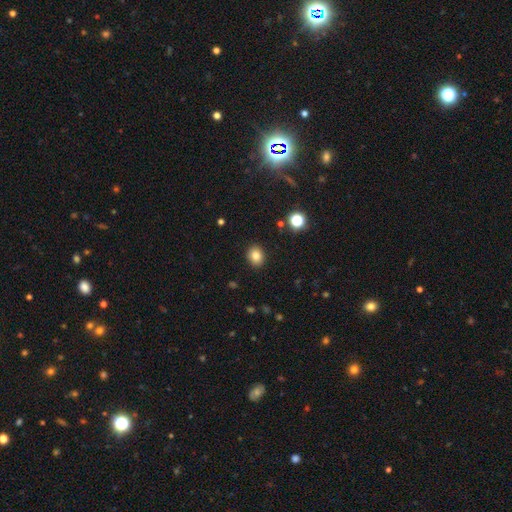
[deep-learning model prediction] Smooth or featured? Predicted: smooth (p=0.83). How rounded? Predicted: round (p=0.54). Merging? Predicted: none (p=0.90).